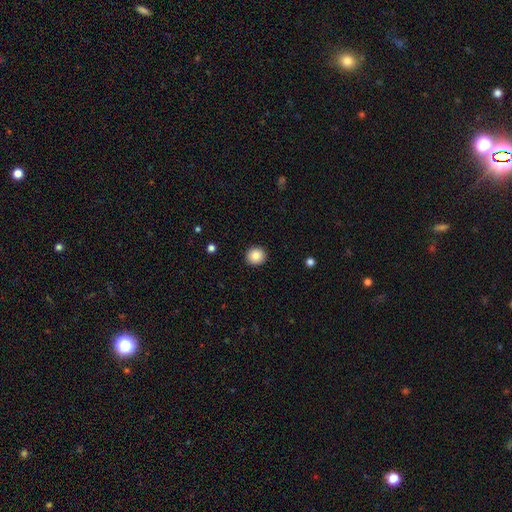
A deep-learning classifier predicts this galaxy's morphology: Smooth or featured? smooth (86%)
How rounded? round (93%)
Merging? none (93%)